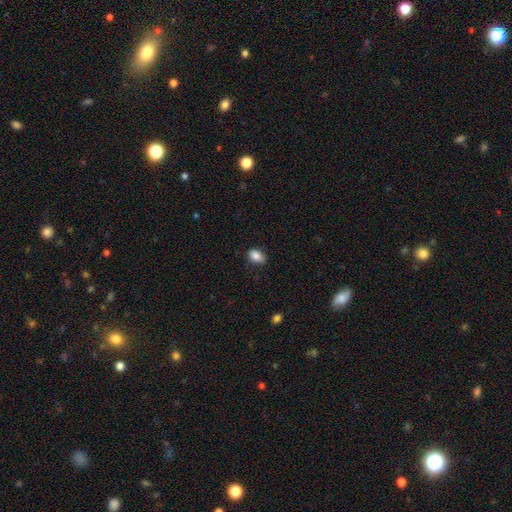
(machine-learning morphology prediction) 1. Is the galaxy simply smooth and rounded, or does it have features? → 87% smooth, 8% star or artifact, 5% featured or disk.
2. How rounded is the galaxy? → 88% in between, 10% round, 2% cigar-shaped.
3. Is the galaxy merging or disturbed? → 81% none, 15% minor disturbance, 3% major disturbance, 1% merger.